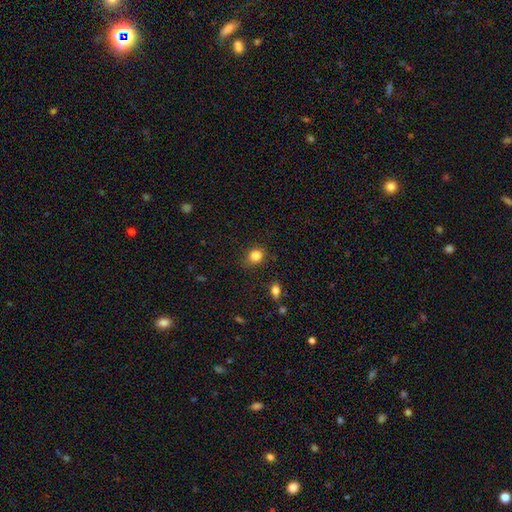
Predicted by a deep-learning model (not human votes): smooth_or_featured: smooth (p=0.84) [alt: star or artifact p=0.11]
how_rounded: round (p=0.66) [alt: in between p=0.33]
merging: none (p=0.79) [alt: minor disturbance p=0.15]